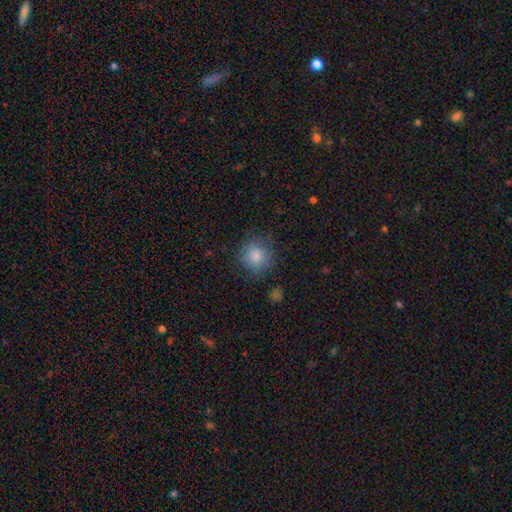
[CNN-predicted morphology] smooth_or_featured: smooth (p=0.84) [alt: star or artifact p=0.09]
how_rounded: round (p=0.89) [alt: in between p=0.10]
merging: none (p=0.80) [alt: minor disturbance p=0.14]